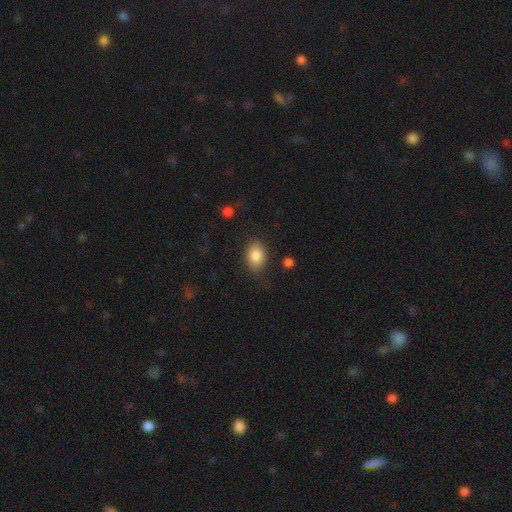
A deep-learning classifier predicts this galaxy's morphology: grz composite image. It shows a smooth galaxy with no disk features (86%) that is in between round and cigar-shaped (81%). Merging: none (80%).